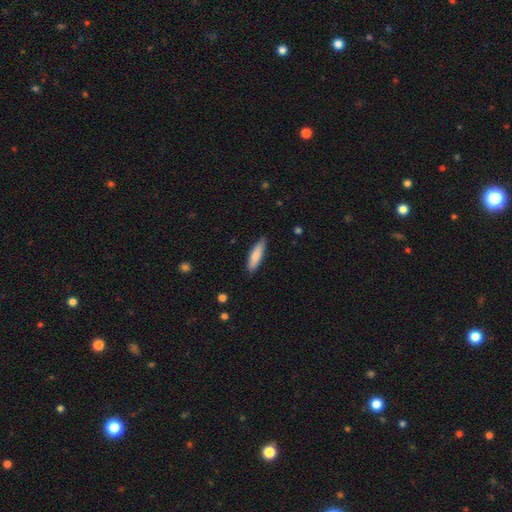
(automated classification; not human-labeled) This appears to be a smooth galaxy with no disk features (80%) that is cigar-shaped (72%). Merging: none (85%).